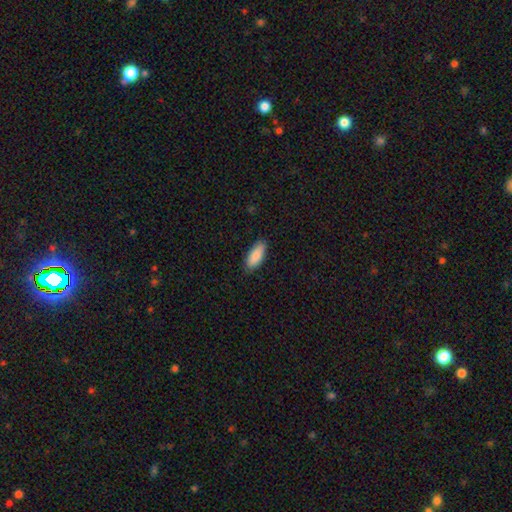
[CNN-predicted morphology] Smooth or featured? Predicted: smooth (p=0.88). How rounded? Predicted: in between (p=0.75). Merging? Predicted: none (p=0.87).